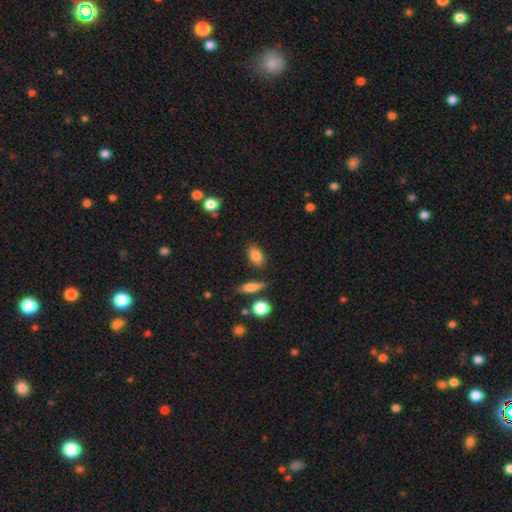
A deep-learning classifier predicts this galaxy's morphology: This is clearly a smooth galaxy (83%). How rounded: clearly in between (86%). Merging: clearly none (80%).